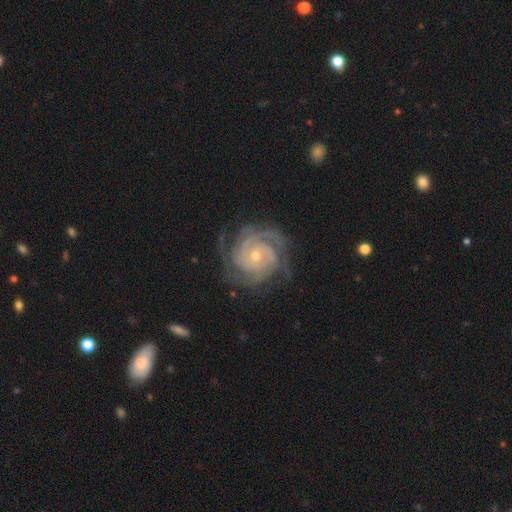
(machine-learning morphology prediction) Smooth or featured?
  - featured or disk: 92% *
  - star or artifact: 4%
  - smooth: 4%
Edge-on disk?
  - no: 98% *
  - yes: 2%
Bar?
  - no: 72% *
  - weak: 22%
  - strong: 7%
Spiral arms?
  - yes: 98% *
  - no: 2%
Spiral winding?
  - tight: 76% *
  - medium: 21%
  - loose: 3%
Spiral arm count?
  - 3: 33% *
  - 4: 22%
  - 2: 16%
  - can't tell: 15%
  - more than 4: 7%
  - 1: 6%
Bulge size?
  - small: 63% *
  - moderate: 34%
  - large: 1%
  - none: 1%
  - dominant: 1%
Merging?
  - none: 75% *
  - minor disturbance: 16%
  - major disturbance: 7%
  - merger: 1%